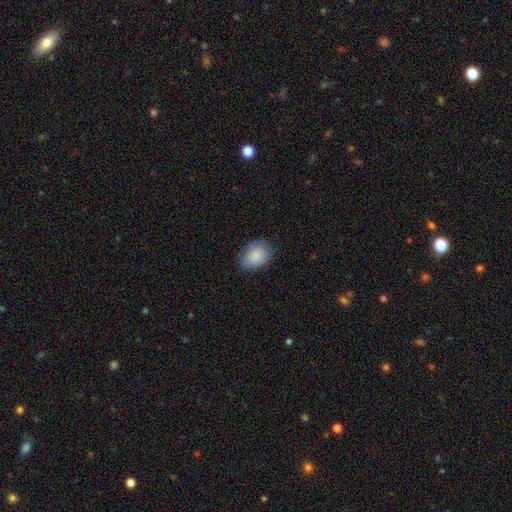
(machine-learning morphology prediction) This is clearly a smooth galaxy (85%). How rounded: likely in between (78%). Merging: clearly none (80%).